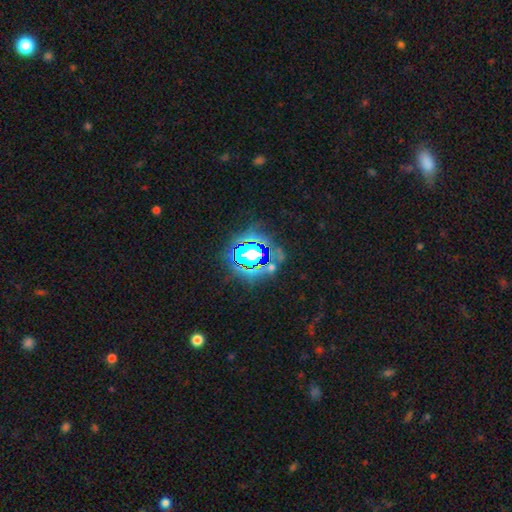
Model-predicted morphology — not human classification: smooth-or-featured: star or artifact: 75% | smooth: 15% | featured or disk: 10%